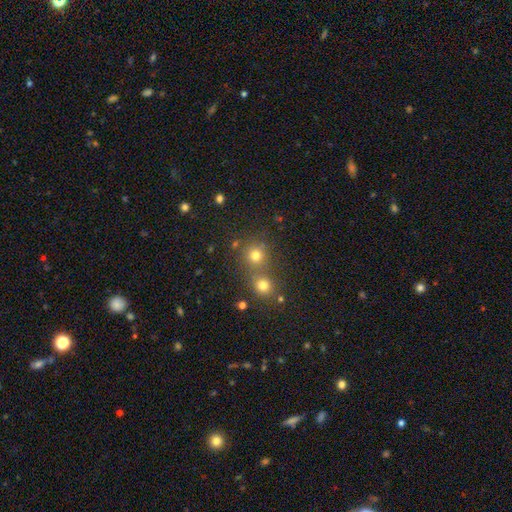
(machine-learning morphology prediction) Q: Smooth or featured?
A: smooth (73%); runner-up: star or artifact (20%)
Q: How rounded?
A: round (90%); runner-up: in between (9%)
Q: Merging?
A: none (61%); runner-up: merger (29%)